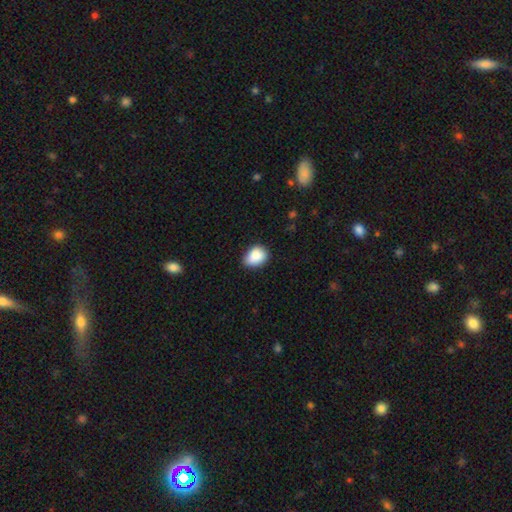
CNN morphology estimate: smooth-or-featured: smooth: 88% | star or artifact: 8% | featured or disk: 5%
  how-rounded: in between: 71% | round: 28% | cigar-shaped: 1%
  merging: none: 69% | minor disturbance: 26% | major disturbance: 4% | merger: 2%